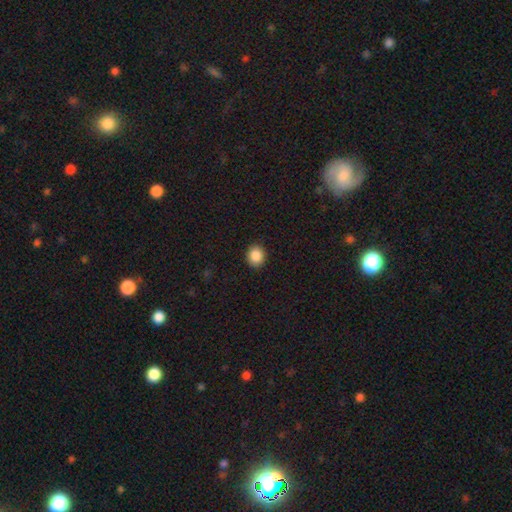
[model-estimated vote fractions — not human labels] A smooth galaxy with no disk features (88%) that is round (73%).

Vote fractions:
- Smooth or featured? smooth: 88% / star or artifact: 9% / featured or disk: 3%
- How rounded? round: 73% / in between: 26% / cigar-shaped: 1%
- Merging? none: 91% / minor disturbance: 6% / major disturbance: 2% / merger: 1%